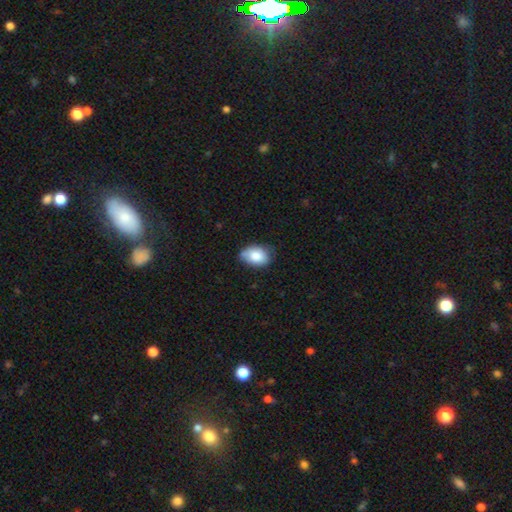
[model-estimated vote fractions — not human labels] A smooth galaxy with no disk features (81%) that is in between round and cigar-shaped (81%).

Vote fractions:
- Smooth or featured? smooth: 81% / featured or disk: 11% / star or artifact: 7%
- How rounded? in between: 81% / round: 18% / cigar-shaped: 1%
- Merging? none: 58% / minor disturbance: 33% / major disturbance: 6% / merger: 3%